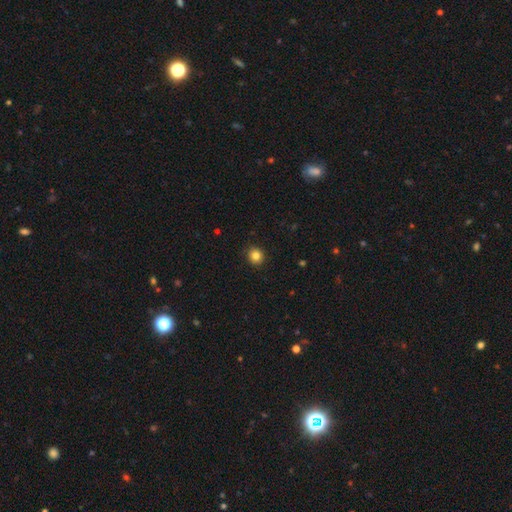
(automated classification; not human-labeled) Smooth or featured? Predicted: smooth (p=0.84). How rounded? Predicted: round (p=0.88). Merging? Predicted: none (p=0.91).